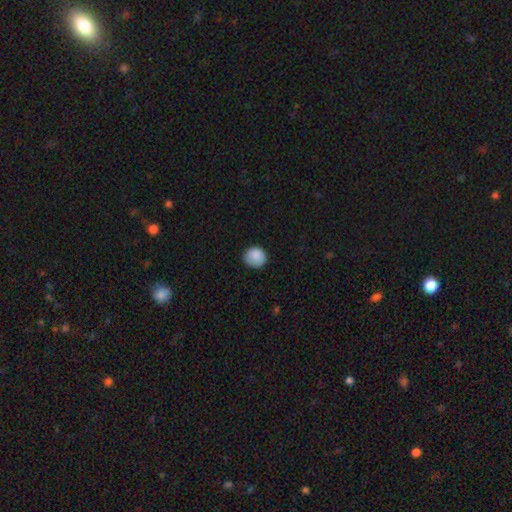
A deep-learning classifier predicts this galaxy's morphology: type=smooth (87%); roundness=round (82%); merging=none (80%).